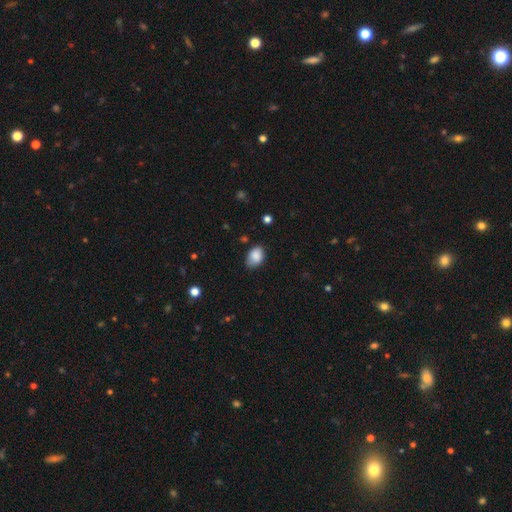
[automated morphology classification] Smooth or featured? Predicted: smooth (p=0.87). How rounded? Predicted: in between (p=0.81). Merging? Predicted: none (p=0.70).